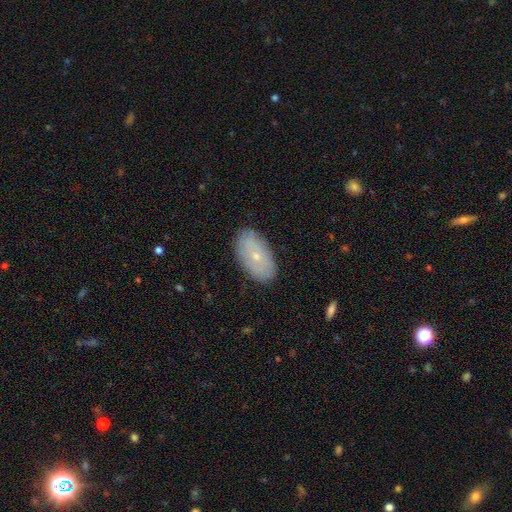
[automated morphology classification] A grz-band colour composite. It shows a smooth galaxy with no disk features (57%) that is in between round and cigar-shaped (93%). Merging: none (83%).